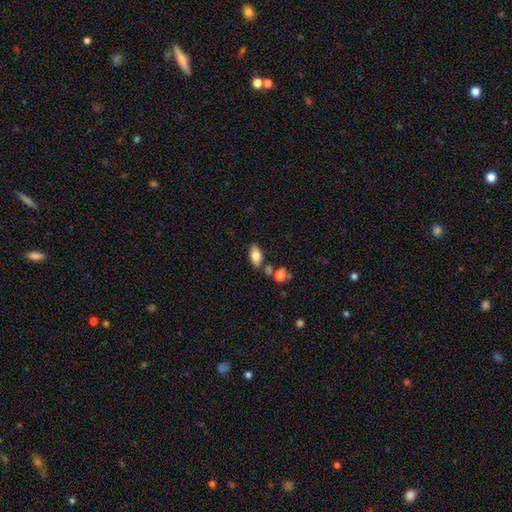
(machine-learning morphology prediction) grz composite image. It shows a smooth galaxy with no disk features (74%) that is in between round and cigar-shaped (88%). Merging: none (76%).